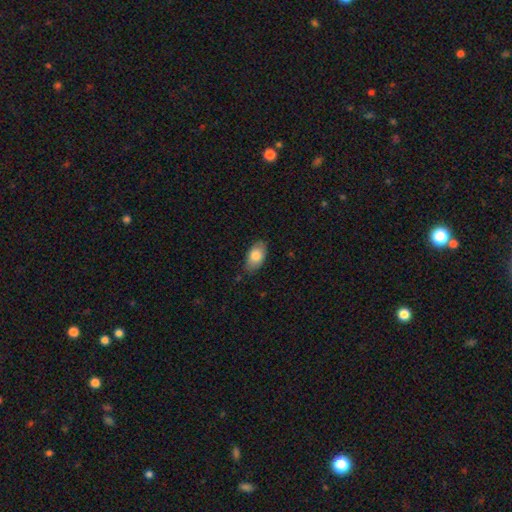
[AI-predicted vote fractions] smooth 81%, featured or disk 12%, star or artifact 6%. Down the decision tree: how rounded — in between (93%); merging — none (80%).